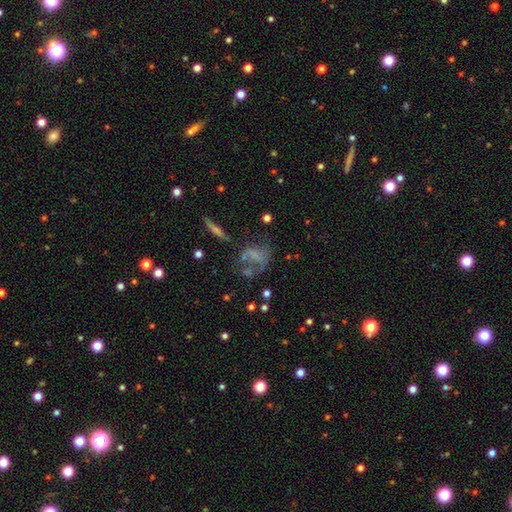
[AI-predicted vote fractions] Smooth or featured? featured or disk (48%)
Merging? major disturbance (37%)